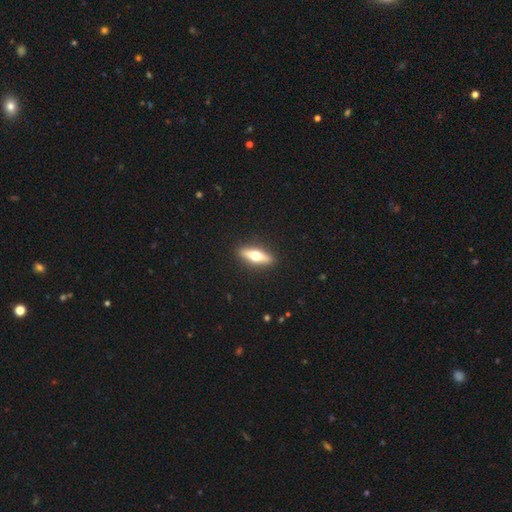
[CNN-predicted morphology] smooth_or_featured: featured or disk (p=0.51) [alt: smooth p=0.43]
disk_edge_on: yes (p=0.91) [alt: no p=0.09]
merging: none (p=0.91) [alt: minor disturbance p=0.06]